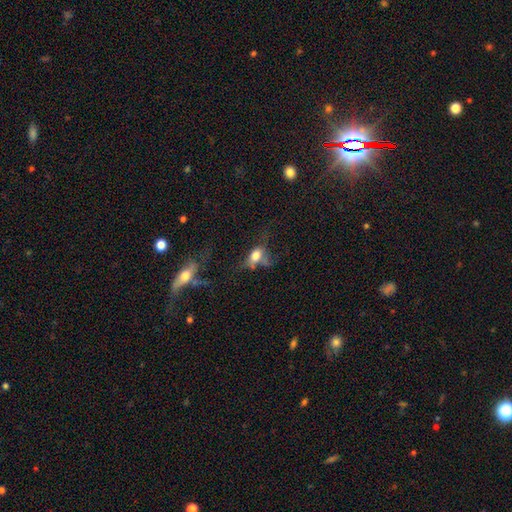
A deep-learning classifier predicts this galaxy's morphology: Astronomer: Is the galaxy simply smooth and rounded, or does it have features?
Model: smooth — 66%.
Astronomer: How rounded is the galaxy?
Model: in between — 76%.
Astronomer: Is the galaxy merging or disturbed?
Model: major disturbance — 36% (runner-up: none, 30%).